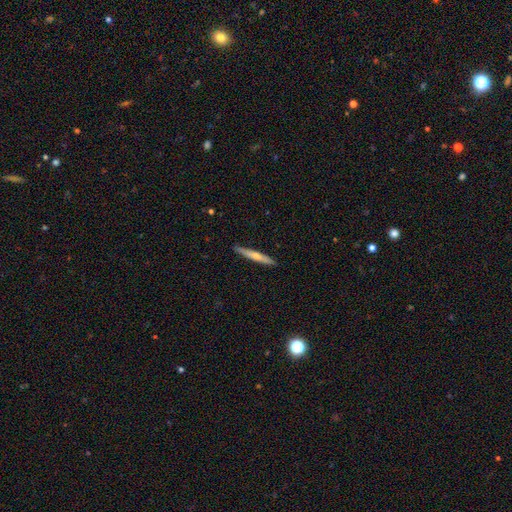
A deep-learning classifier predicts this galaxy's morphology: The model was most divided on "smooth or featured": featured or disk: 50%, smooth: 44%, star or artifact: 6%. More confident: edge-on disk — yes (95%); merging — none (90%).